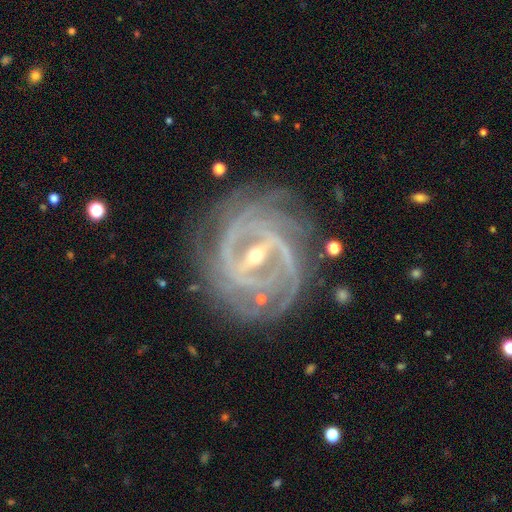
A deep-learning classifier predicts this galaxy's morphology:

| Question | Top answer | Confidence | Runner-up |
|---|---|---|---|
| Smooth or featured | featured or disk | 92% | star or artifact (5%) |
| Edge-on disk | no | 96% | yes (4%) |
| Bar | strong | 73% | weak (21%) |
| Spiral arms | yes | 97% | no (3%) |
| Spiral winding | tight | 70% | medium (24%) |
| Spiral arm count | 4 | 24% | can't tell (20%) |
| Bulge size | small | 61% | moderate (36%) |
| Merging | none | 74% | minor disturbance (16%) |